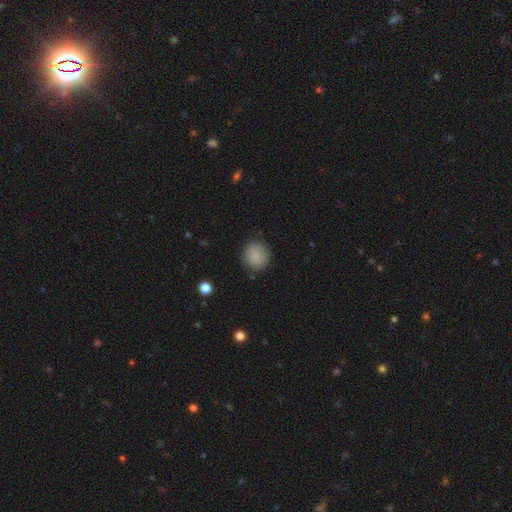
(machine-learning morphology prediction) A smooth galaxy with no disk features (86%) that is round (87%).

Vote fractions:
- Smooth or featured? smooth: 86% / star or artifact: 8% / featured or disk: 6%
- How rounded? round: 87% / in between: 12% / cigar-shaped: 1%
- Merging? none: 83% / minor disturbance: 12% / major disturbance: 3% / merger: 1%